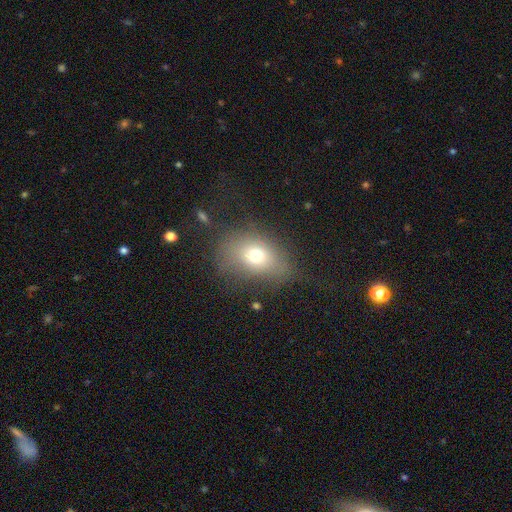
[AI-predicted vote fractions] Q: Smooth or featured?
A: smooth (69%); runner-up: featured or disk (16%)
Q: How rounded?
A: in between (68%); runner-up: round (30%)
Q: Merging?
A: none (63%); runner-up: minor disturbance (20%)